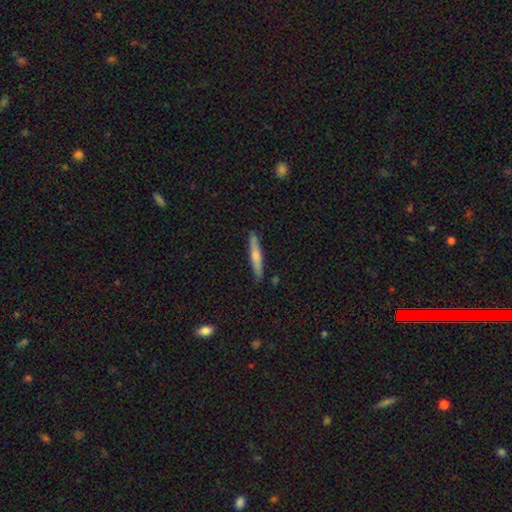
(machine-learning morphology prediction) smooth_or_featured: featured or disk (p=0.57) [alt: smooth p=0.36]
disk_edge_on: yes (p=0.96) [alt: no p=0.04]
edge_on_bulge: rounded (p=0.80) [alt: none p=0.15]
merging: none (p=0.89) [alt: minor disturbance p=0.08]